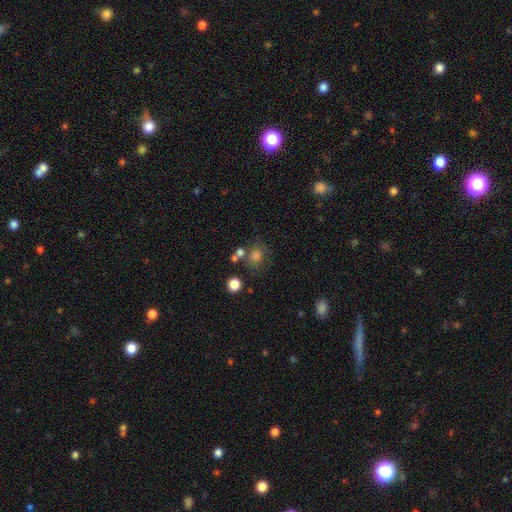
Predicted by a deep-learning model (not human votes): Morphology: type=smooth (66%); roundness=round (74%); merging=none (60%).